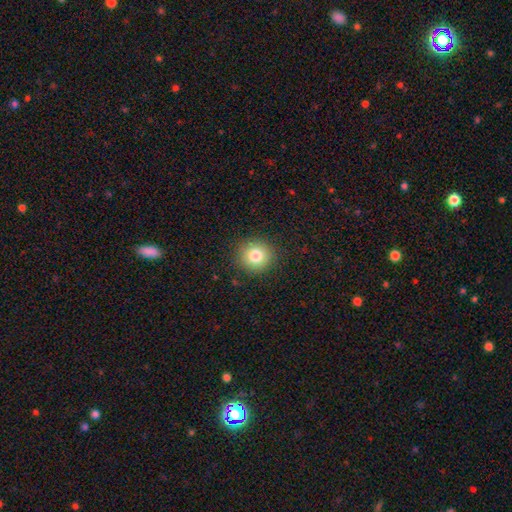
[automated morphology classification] type=smooth (80%); roundness=round (92%); merging=none (89%).